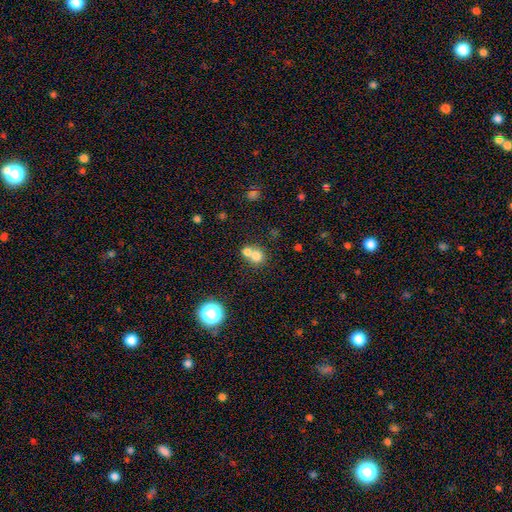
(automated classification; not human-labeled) This appears to be a smooth galaxy with no disk features (73%) that is round (83%). Merging: merger (56%).